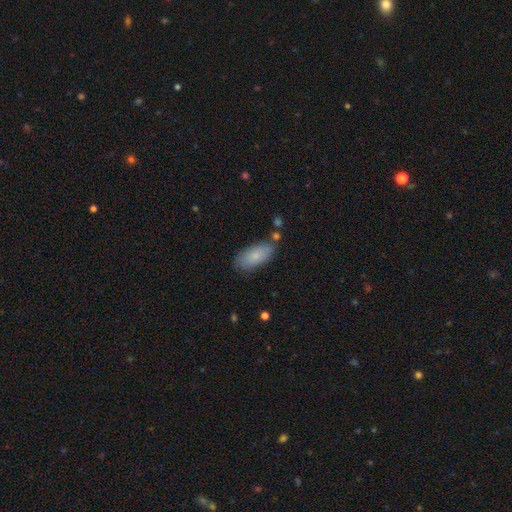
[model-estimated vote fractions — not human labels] This appears to be a smooth galaxy with no disk features (79%) that is in between round and cigar-shaped (88%). Merging: none (72%).